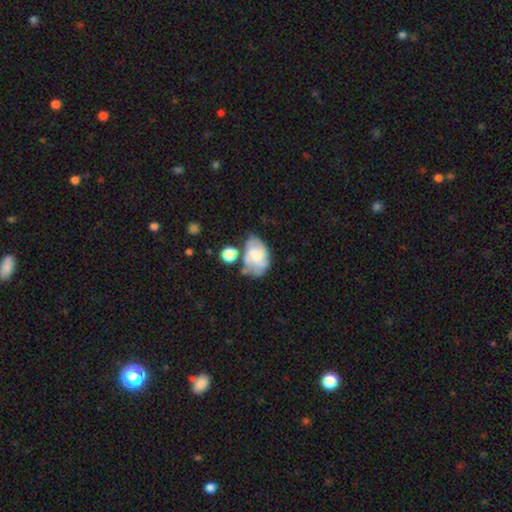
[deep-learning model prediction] Smooth or featured? featured or disk (59%)
Edge-on disk? no (97%)
Bar? no (59%)
Spiral arms? yes (79%)
Bulge size? small (35%)
Merging? none (43%)